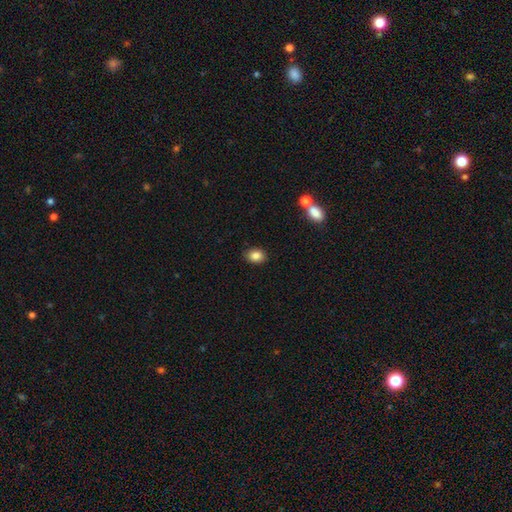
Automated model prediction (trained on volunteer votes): A smooth galaxy with no disk features (85%) that is in between round and cigar-shaped (62%).

Vote fractions:
- Smooth or featured? smooth: 85% / star or artifact: 9% / featured or disk: 5%
- How rounded? in between: 62% / round: 37% / cigar-shaped: 1%
- Merging? none: 88% / minor disturbance: 9% / major disturbance: 2% / merger: 2%